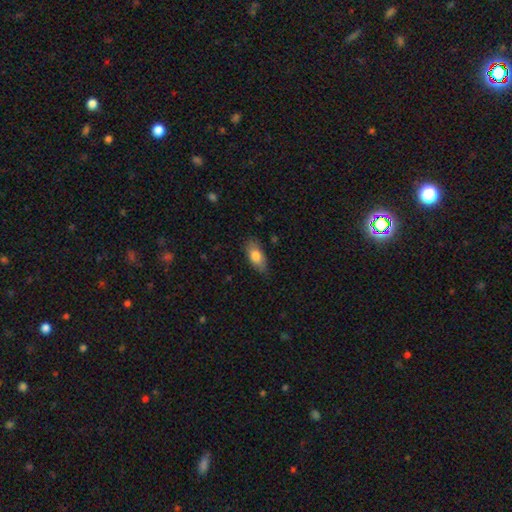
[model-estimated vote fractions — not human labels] This is likely a smooth galaxy (78%). How rounded: clearly in between (86%). Merging: likely none (74%).